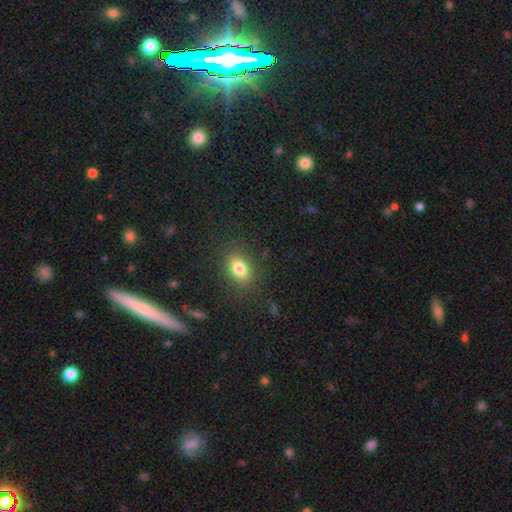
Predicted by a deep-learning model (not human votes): smooth 54%, star or artifact 33%, featured or disk 14%. Down the decision tree: how rounded — in between (45%); merging — none (86%).